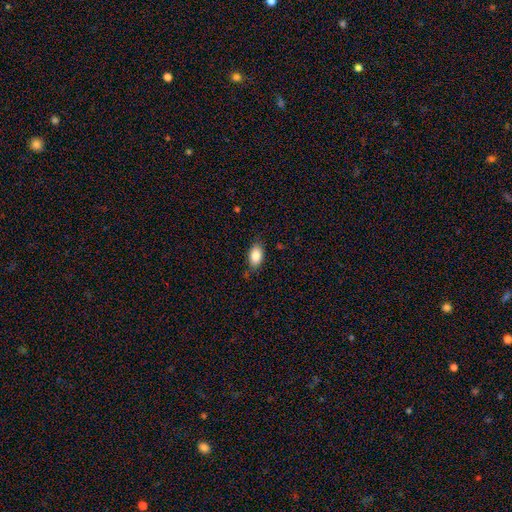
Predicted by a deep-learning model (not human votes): Smooth or featured? Predicted: smooth (p=0.86). How rounded? Predicted: in between (p=0.92). Merging? Predicted: none (p=0.80).